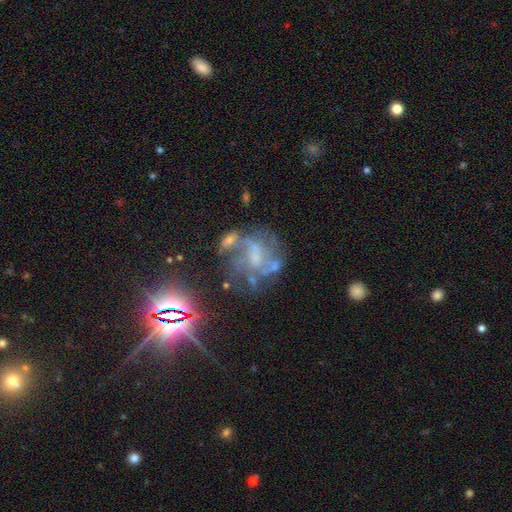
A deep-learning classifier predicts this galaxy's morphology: Smooth or featured? featured or disk (62%)
Edge-on disk? no (97%)
Bar? no (61%)
Spiral arms? yes (55%)
Bulge size? none (50%)
Merging? none (42%)